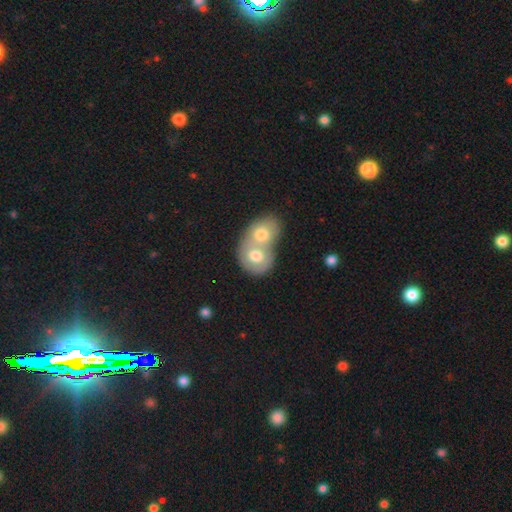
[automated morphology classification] smooth_or_featured: smooth (p=0.63) [alt: featured or disk p=0.31]
how_rounded: round (p=0.53) [alt: in between p=0.46]
merging: merger (p=0.75) [alt: none p=0.17]